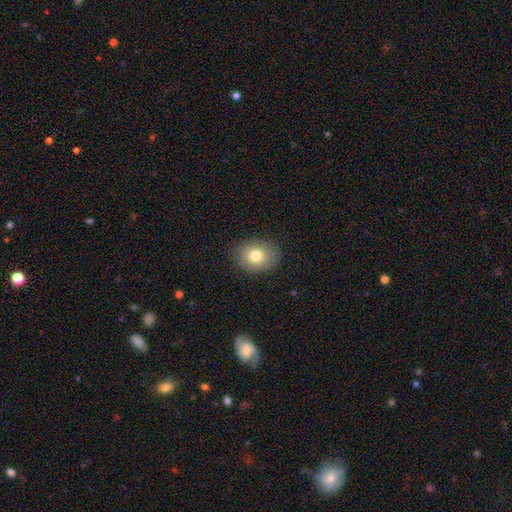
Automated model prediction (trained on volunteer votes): This appears to be a smooth galaxy with no disk features (77%) that is round (55%). Merging: none (86%).